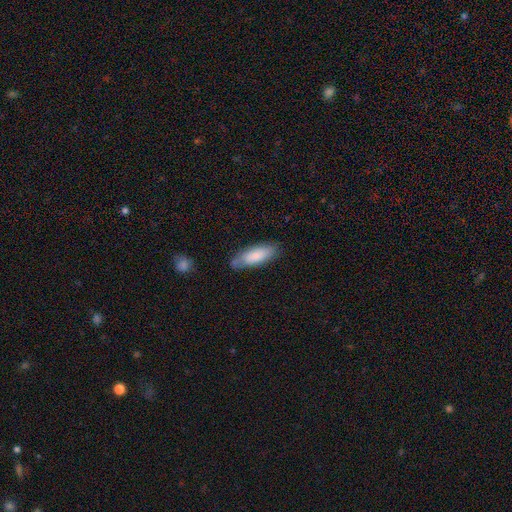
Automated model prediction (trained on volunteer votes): smooth-or-featured: smooth: 80% | featured or disk: 14% | star or artifact: 6%
  how-rounded: in between: 64% | cigar-shaped: 34% | round: 2%
  merging: none: 72% | minor disturbance: 21% | major disturbance: 4% | merger: 3%